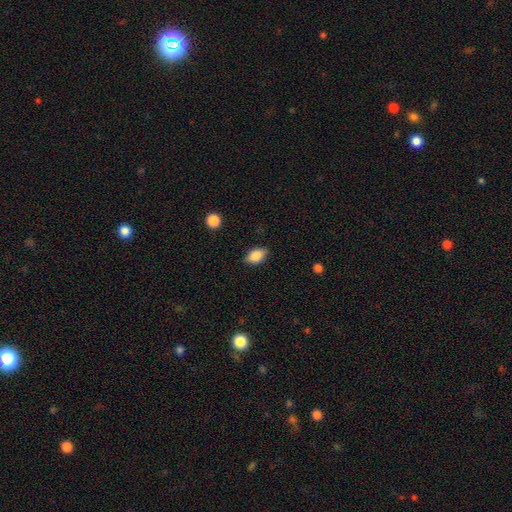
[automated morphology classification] Overall: smooth (85%). How rounded: in between (87%). Merging: none (84%).